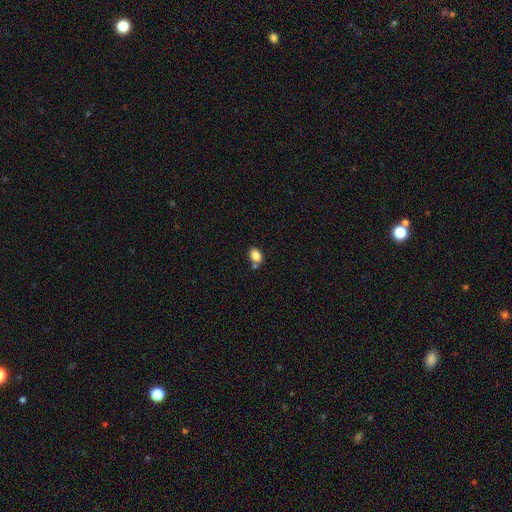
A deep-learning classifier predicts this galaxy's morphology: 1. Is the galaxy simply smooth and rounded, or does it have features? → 85% smooth, 9% star or artifact, 6% featured or disk.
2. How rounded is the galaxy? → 80% in between, 18% round, 1% cigar-shaped.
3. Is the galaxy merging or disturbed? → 59% none, 21% merger, 16% minor disturbance, 4% major disturbance.